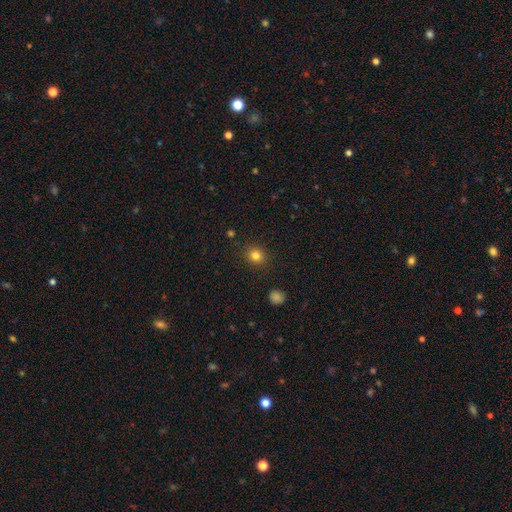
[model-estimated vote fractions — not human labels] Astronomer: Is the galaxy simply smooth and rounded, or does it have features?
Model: smooth — 81%.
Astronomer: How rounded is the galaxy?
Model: round — 80%.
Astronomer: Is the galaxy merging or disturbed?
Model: none — 90%.